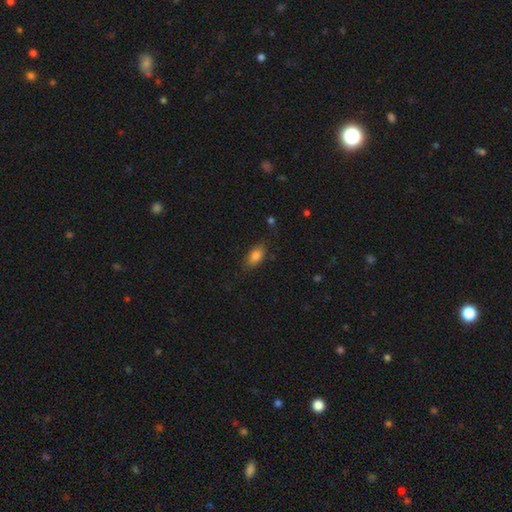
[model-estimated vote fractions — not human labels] Smooth or featured? Predicted: smooth (p=0.82). How rounded? Predicted: in between (p=0.89). Merging? Predicted: none (p=0.79).